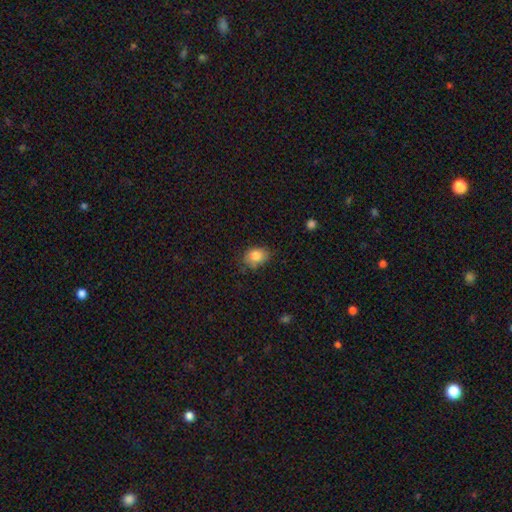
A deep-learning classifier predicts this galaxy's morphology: Q: Smooth or featured?
A: smooth (82%); runner-up: star or artifact (9%)
Q: How rounded?
A: in between (66%); runner-up: round (33%)
Q: Merging?
A: none (70%); runner-up: minor disturbance (23%)